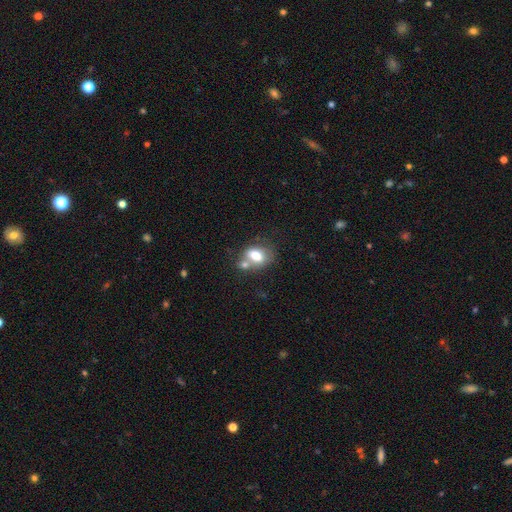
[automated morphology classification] Smooth or featured? smooth (73%)
How rounded? in between (73%)
Merging? merger (41%)